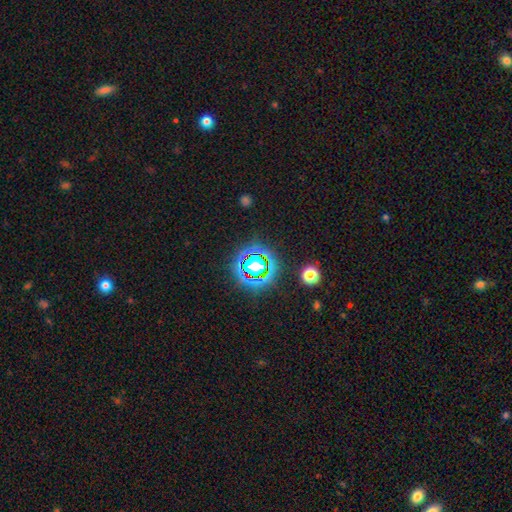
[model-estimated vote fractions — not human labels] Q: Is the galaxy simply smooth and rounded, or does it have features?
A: star or artifact — 77%.